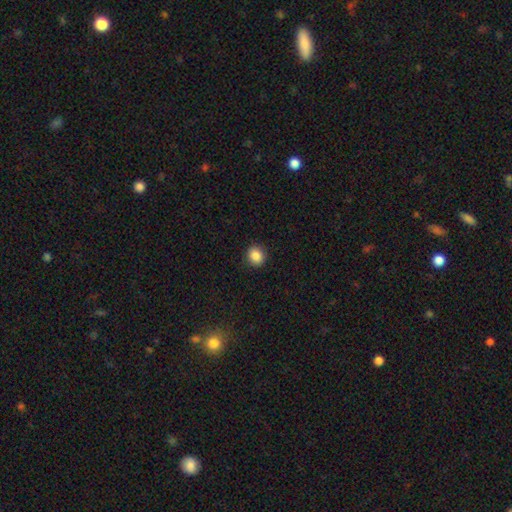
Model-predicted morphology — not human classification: Smooth or featured?
  - smooth: 87% *
  - star or artifact: 9%
  - featured or disk: 4%
How rounded?
  - round: 76% *
  - in between: 23%
  - cigar-shaped: 1%
Merging?
  - none: 90% *
  - minor disturbance: 7%
  - major disturbance: 2%
  - merger: 1%